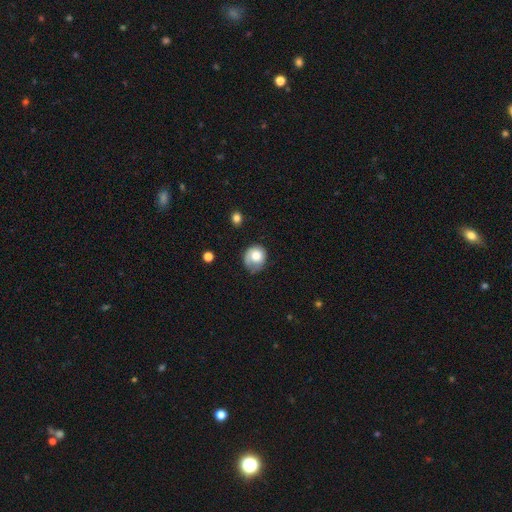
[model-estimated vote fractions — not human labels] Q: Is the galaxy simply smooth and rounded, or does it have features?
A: smooth — 74%.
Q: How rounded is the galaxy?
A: round — 74%.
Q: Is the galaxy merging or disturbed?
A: none — 49%.